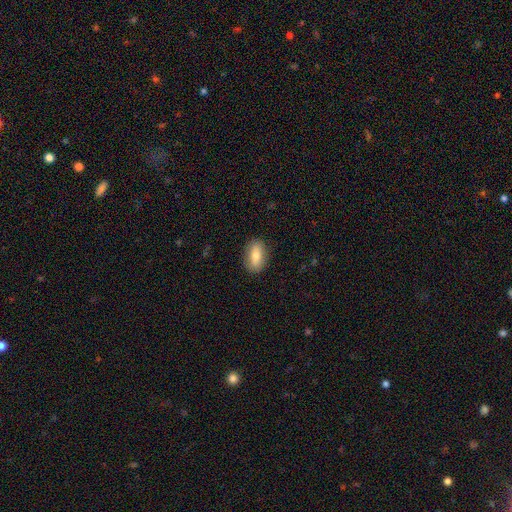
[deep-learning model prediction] A smooth galaxy with no disk features (74%) that is in between round and cigar-shaped (86%). Merging: none (87%).